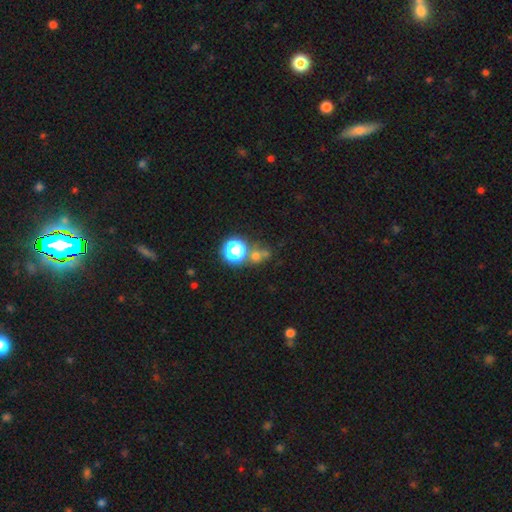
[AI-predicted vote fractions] smooth_or_featured: smooth (p=0.57) [alt: star or artifact p=0.33]
how_rounded: round (p=0.83) [alt: in between p=0.16]
merging: none (p=0.56) [alt: merger p=0.28]